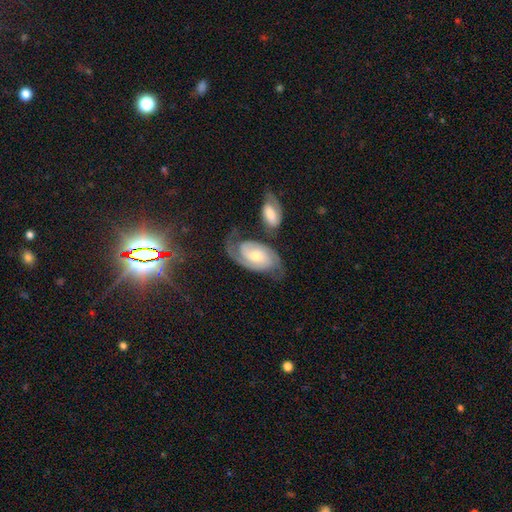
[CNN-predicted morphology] This is likely a featured or disk galaxy (79%). It is clearly not viewed edge-on (96%). Bar: possibly no (60%). Spiral arm pattern: clearly yes (95%). Spiral arm count: clearly 2 (81%). Spiral winding: marginally tight (43%). Central bulge: possibly moderate (53%). Merging: possibly none (53%).